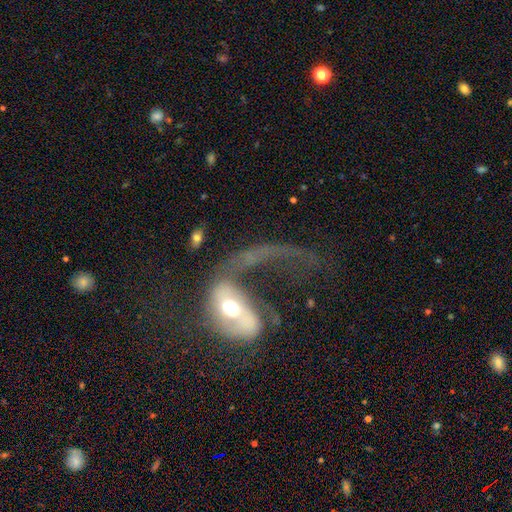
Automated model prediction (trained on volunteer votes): Morphology: type=featured or disk (65%); edge-on=no (93%); bar=no (56%); spiral arms=yes (67%); bulge=moderate (67%); merging=major disturbance (61%).